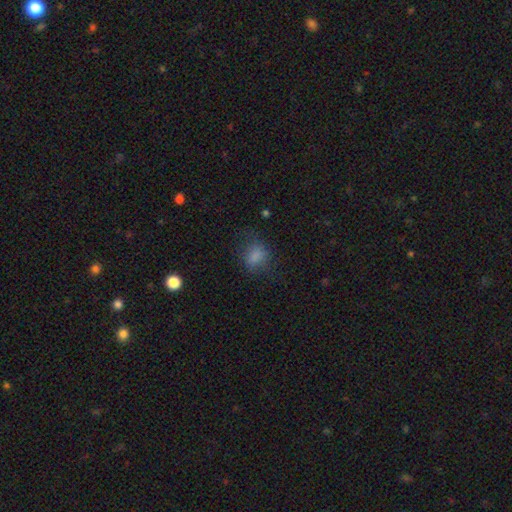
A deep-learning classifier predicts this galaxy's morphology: A smooth galaxy with no disk features (78%) that is round (51%). Merging: none (62%).